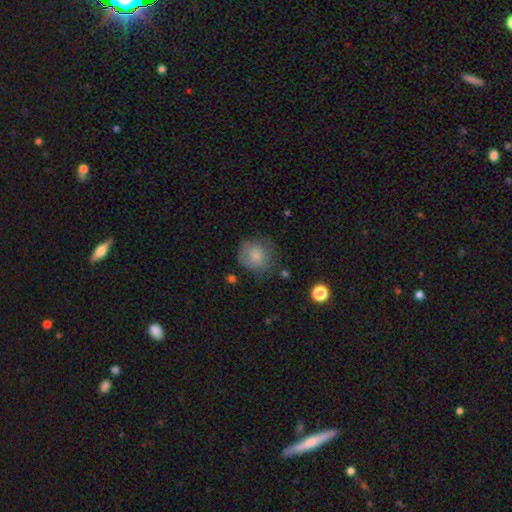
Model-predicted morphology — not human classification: type=smooth (74%); roundness=round (81%); merging=none (59%).